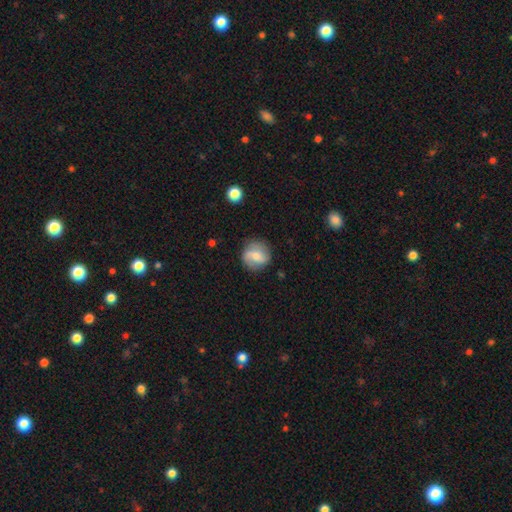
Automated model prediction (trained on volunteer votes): smooth 50%, featured or disk 43%, star or artifact 8%. Down the decision tree: merging — none (78%).